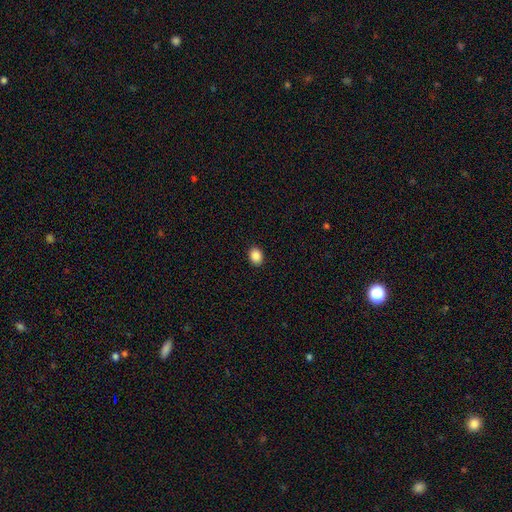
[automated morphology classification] This is clearly a smooth galaxy (88%). How rounded: possibly in between (55%). Merging: clearly none (91%).